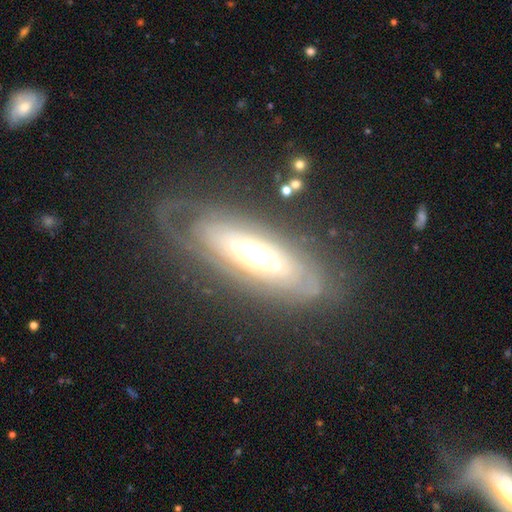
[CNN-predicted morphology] smooth_or_featured: featured or disk (p=0.78) [alt: smooth p=0.16]
disk_edge_on: no (p=0.76) [alt: yes p=0.24]
bar: no (p=0.67) [alt: weak p=0.19]
has_spiral_arms: yes (p=0.74) [alt: no p=0.26]
bulge_size: moderate (p=0.45) [alt: large p=0.37]
merging: none (p=0.69) [alt: minor disturbance p=0.17]